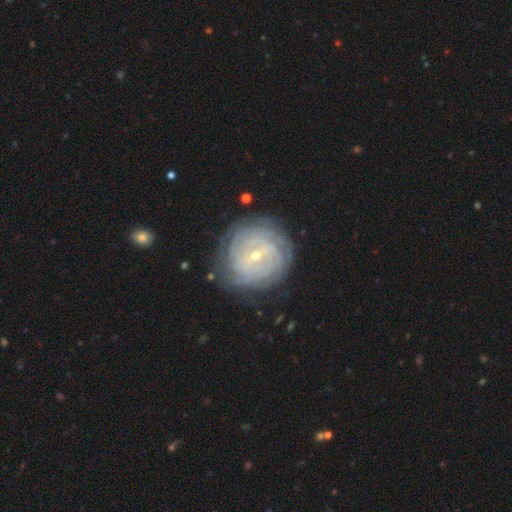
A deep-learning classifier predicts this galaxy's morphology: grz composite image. It shows a featured or disk galaxy (84%) with a weak bar (53%), tight (85%) spiral arms (95%) and a small central bulge (70%). Merging: none (83%).